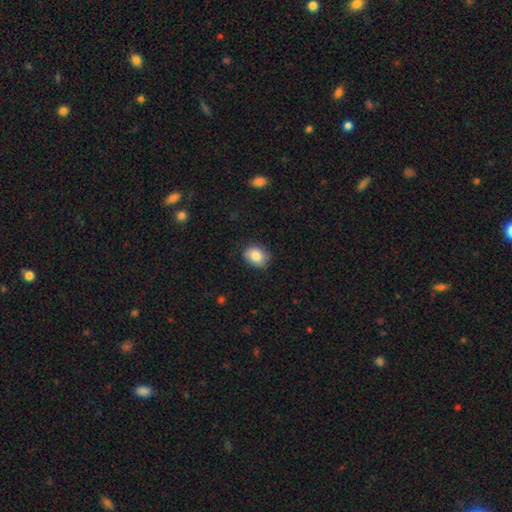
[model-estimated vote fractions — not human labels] smooth-or-featured: smooth: 84% | featured or disk: 8% | star or artifact: 8%
  how-rounded: in between: 57% | round: 42% | cigar-shaped: 1%
  merging: none: 78% | minor disturbance: 17% | major disturbance: 3% | merger: 1%